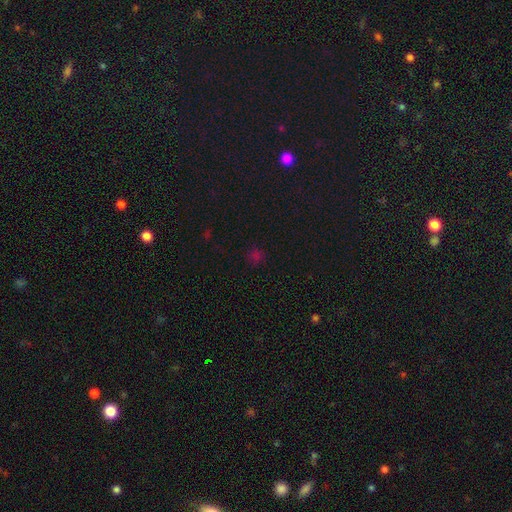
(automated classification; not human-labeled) The model was most divided on "smooth or featured": smooth: 61%, star or artifact: 34%, featured or disk: 5%. More confident: how rounded — round (87%); merging — none (81%).